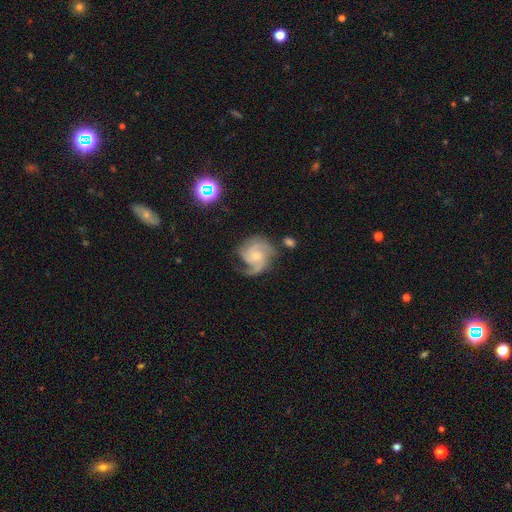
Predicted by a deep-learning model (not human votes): smooth-or-featured: featured or disk: 87% | smooth: 8% | star or artifact: 5%
  disk-edge-on: no: 98% | yes: 2%
    bar: no: 69% | weak: 27% | strong: 4%
    has-spiral-arms: yes: 98% | no: 2%
      spiral-winding: medium: 48% | tight: 39% | loose: 13%
      spiral-arm-count: 3: 49% | 2: 30% | can't tell: 8% | 4: 6% | 1: 4% | more than 4: 4%
    bulge-size: small: 53% | moderate: 40% | none: 3% | large: 2% | dominant: 1%
  merging: none: 66% | minor disturbance: 21% | major disturbance: 11% | merger: 3%